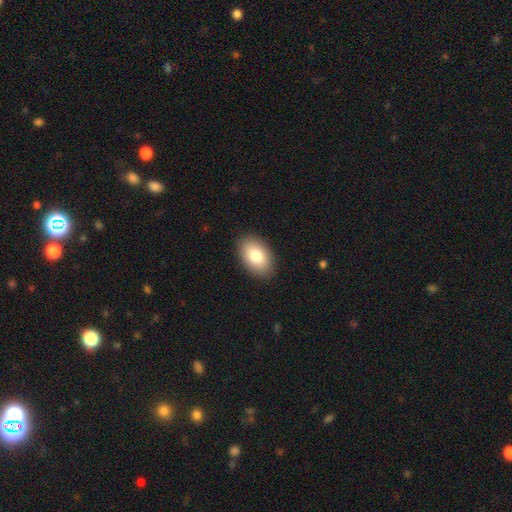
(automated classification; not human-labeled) This is clearly a smooth galaxy (81%). How rounded: clearly in between (90%). Merging: clearly none (88%).